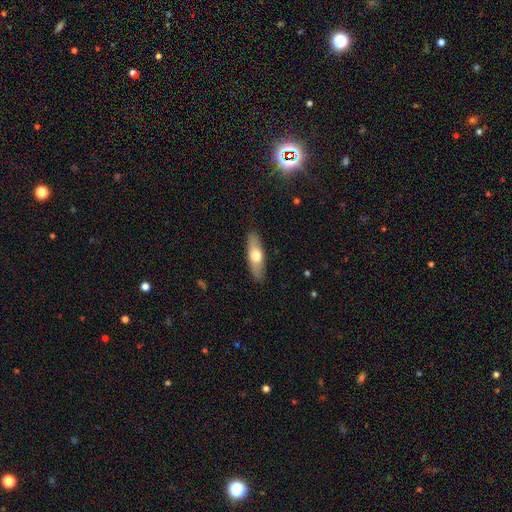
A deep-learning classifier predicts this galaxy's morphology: type=smooth (62%); roundness=in between (52%); merging=none (89%).